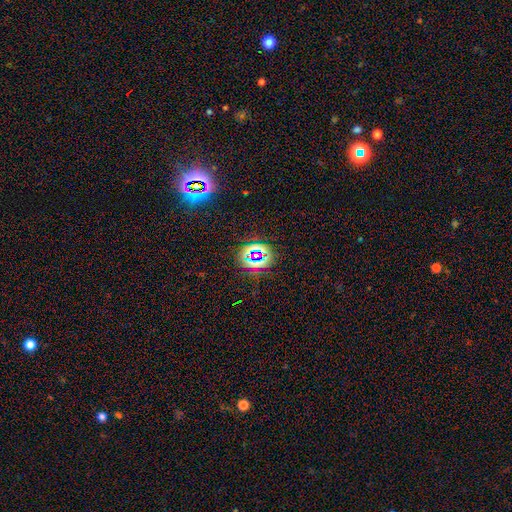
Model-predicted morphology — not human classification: This is likely a star or artifact rather than a galaxy (67%).